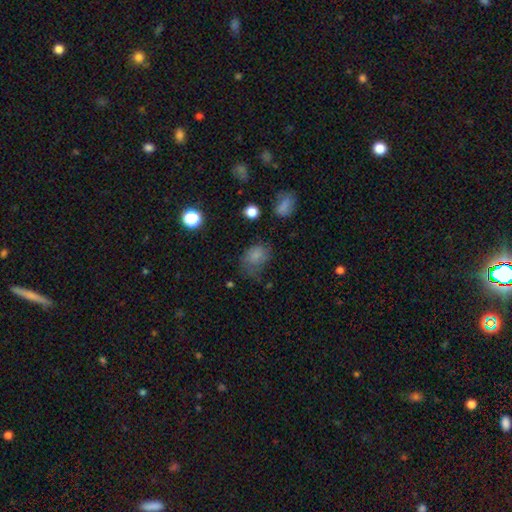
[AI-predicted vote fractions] Smooth or featured?
  - smooth: 77% *
  - star or artifact: 13%
  - featured or disk: 10%
How rounded?
  - in between: 66% *
  - round: 33%
  - cigar-shaped: 1%
Merging?
  - none: 47% *
  - minor disturbance: 30%
  - major disturbance: 20%
  - merger: 3%